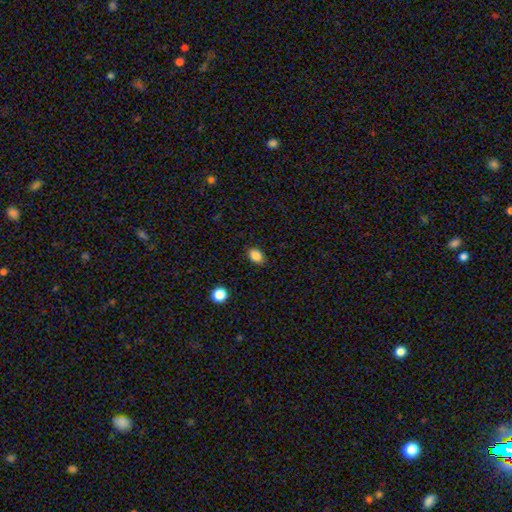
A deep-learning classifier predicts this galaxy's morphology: smooth 86%, star or artifact 10%, featured or disk 4%. Down the decision tree: how rounded — in between (78%); merging — none (87%).